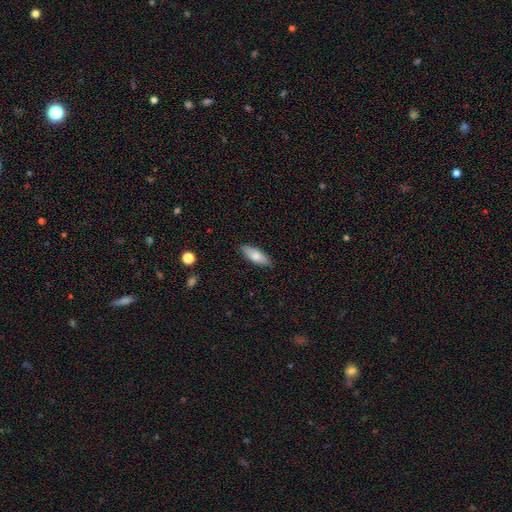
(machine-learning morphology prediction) smooth-or-featured: smooth: 76% | featured or disk: 18% | star or artifact: 6%
  how-rounded: in between: 69% | cigar-shaped: 29% | round: 2%
  merging: none: 86% | minor disturbance: 10% | major disturbance: 2% | merger: 1%